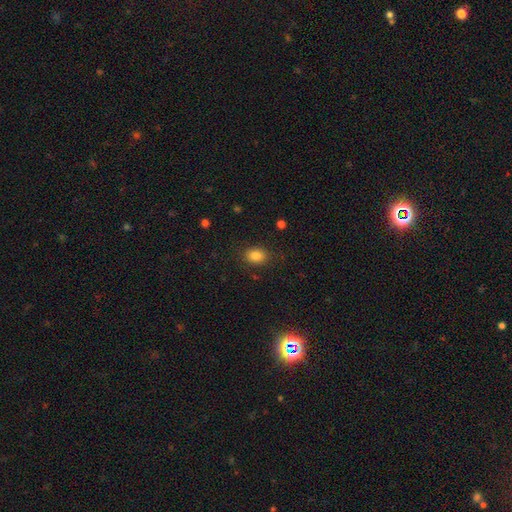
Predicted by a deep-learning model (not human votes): A smooth galaxy with no disk features (84%) that is in between round and cigar-shaped (65%). Merging: none (84%).